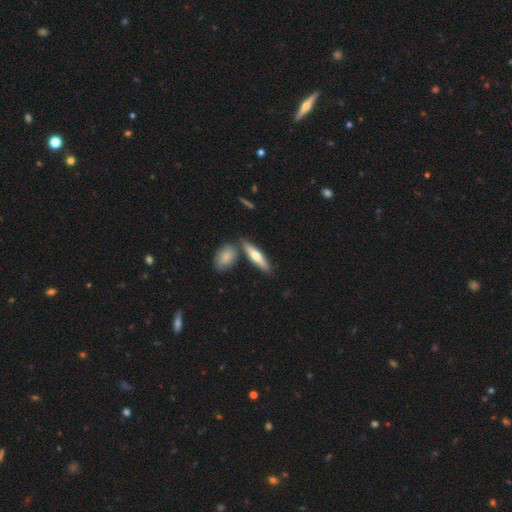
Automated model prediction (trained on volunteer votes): Morphology: type=smooth (53%); roundness=cigar-shaped (71%); merging=none (73%).